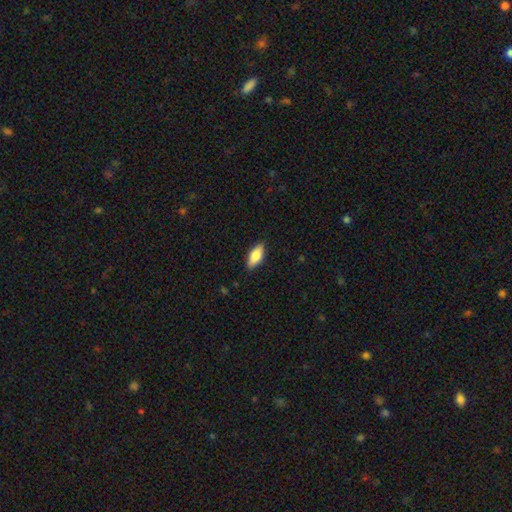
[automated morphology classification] This is likely a smooth galaxy (72%). How rounded: clearly in between (81%). Merging: clearly none (86%).